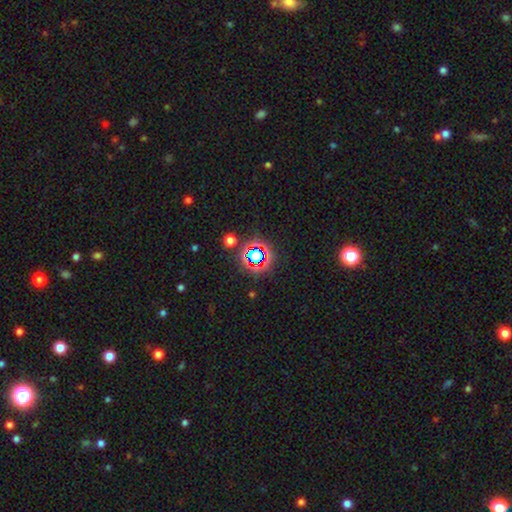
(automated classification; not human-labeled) Q: Smooth or featured?
A: star or artifact (66%); runner-up: smooth (23%)